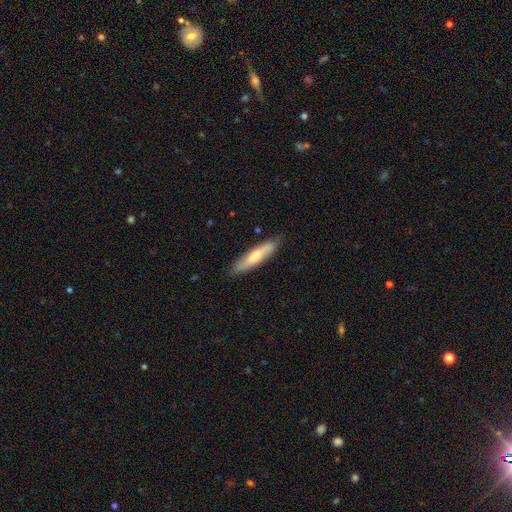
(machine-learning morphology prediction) This appears to be a smooth galaxy with no disk features (65%) that is cigar-shaped (79%). Merging: none (85%).